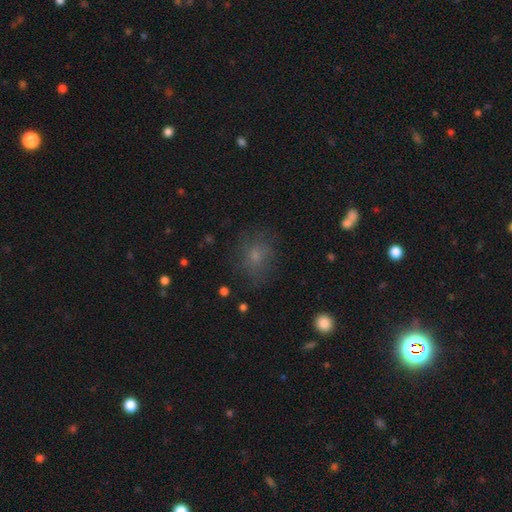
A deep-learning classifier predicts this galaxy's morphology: type=smooth (61%); roundness=round (63%); merging=none (71%).